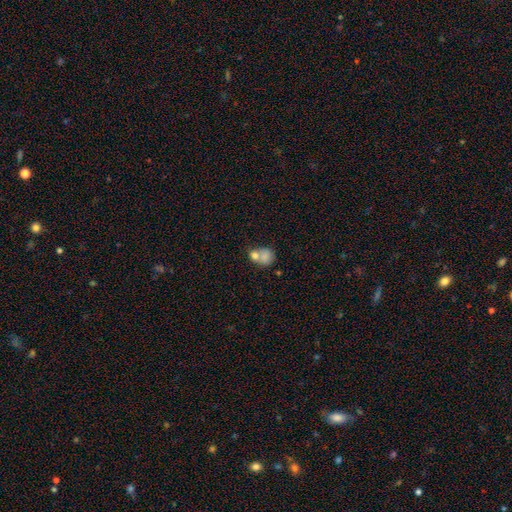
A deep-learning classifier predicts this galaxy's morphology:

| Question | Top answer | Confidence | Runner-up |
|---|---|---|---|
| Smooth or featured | smooth | 76% | featured or disk (15%) |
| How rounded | round | 62% | in between (37%) |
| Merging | merger | 59% | none (27%) |